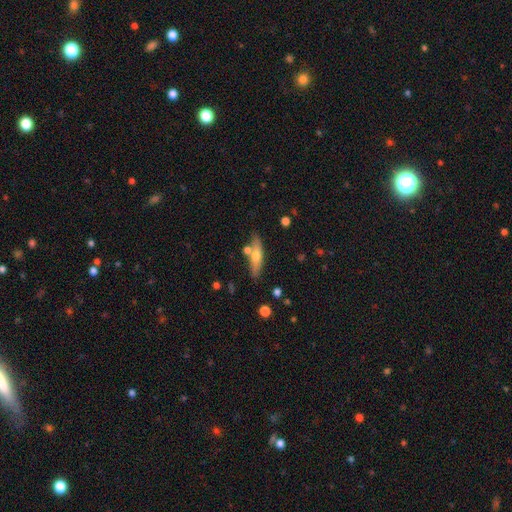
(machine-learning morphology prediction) Smooth or featured? Predicted: smooth (p=0.51). How rounded? Predicted: cigar-shaped (p=0.65). Merging? Predicted: none (p=0.74).